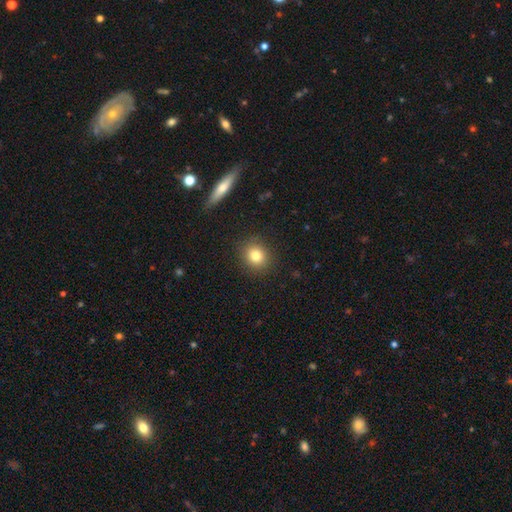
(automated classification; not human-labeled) This appears to be a smooth galaxy with no disk features (81%) that is round (82%). Merging: none (89%).